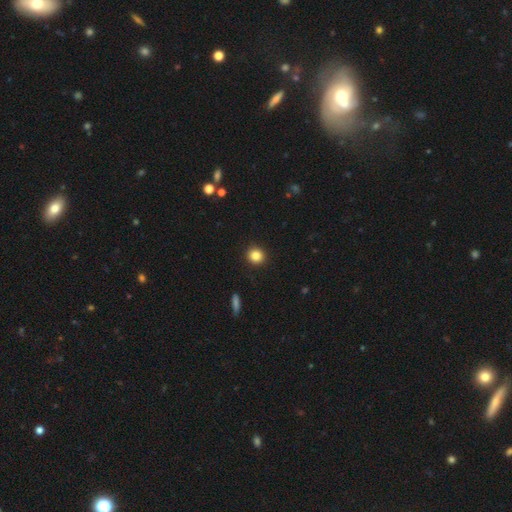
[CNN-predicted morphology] smooth-or-featured: smooth: 85% | star or artifact: 10% | featured or disk: 5%
  how-rounded: round: 90% | in between: 9% | cigar-shaped: 1%
  merging: none: 92% | minor disturbance: 5% | major disturbance: 2% | merger: 1%